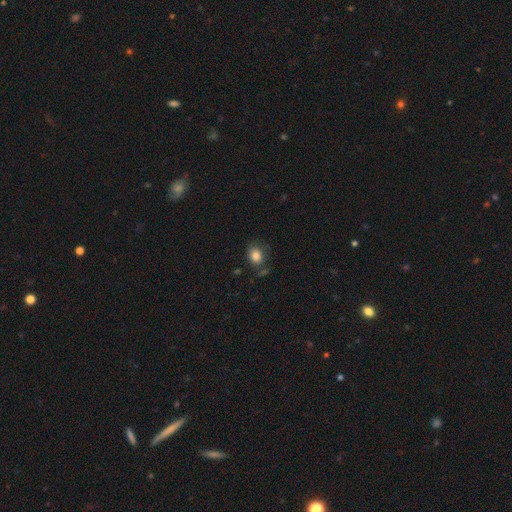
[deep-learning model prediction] smooth_or_featured: smooth (p=0.83) [alt: star or artifact p=0.10]
how_rounded: round (p=0.53) [alt: in between p=0.46]
merging: none (p=0.69) [alt: minor disturbance p=0.19]